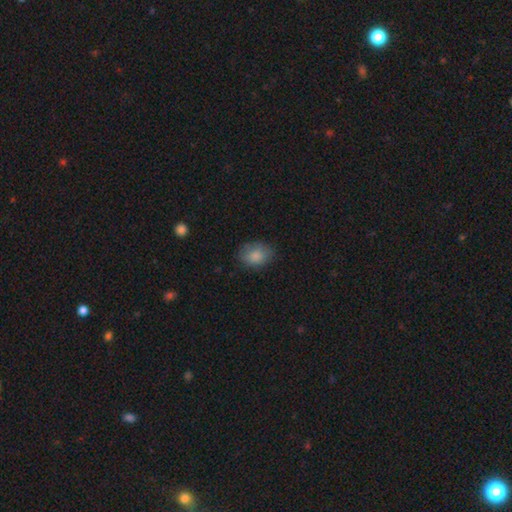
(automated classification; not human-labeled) Overall: smooth (84%). How rounded: in between (65%; round 34%). Merging: none (74%).